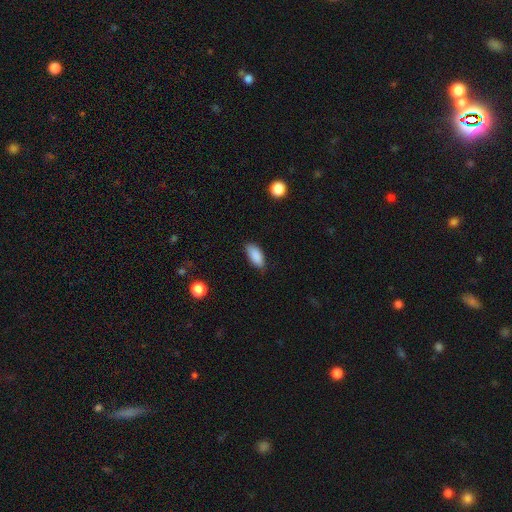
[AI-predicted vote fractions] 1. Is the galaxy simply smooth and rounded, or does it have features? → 89% smooth, 7% star or artifact, 4% featured or disk.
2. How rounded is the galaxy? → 88% in between, 10% cigar-shaped, 2% round.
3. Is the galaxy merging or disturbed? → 80% none, 16% minor disturbance, 3% major disturbance, 1% merger.